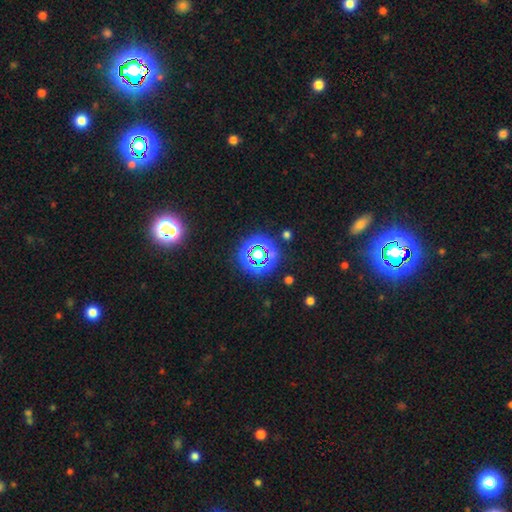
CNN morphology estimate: Overall: star or artifact (66%).